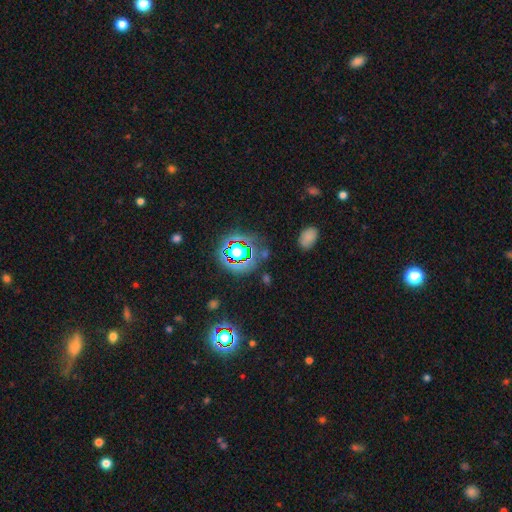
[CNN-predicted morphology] Q: Smooth or featured?
A: star or artifact (73%); runner-up: smooth (16%)